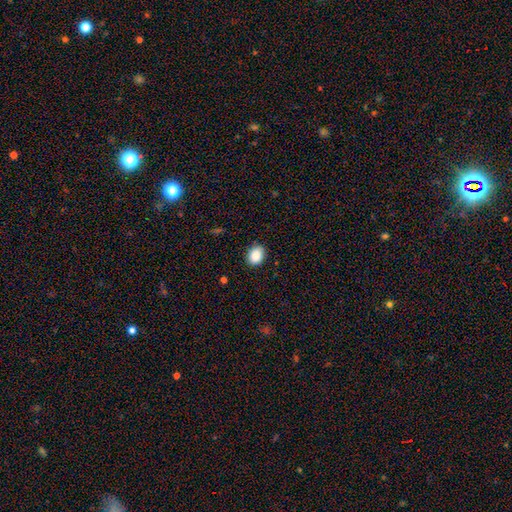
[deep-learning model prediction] Smooth or featured: smooth — 89% (star or artifact — 8%)
How rounded: in between — 62% (round — 37%)
Merging: none — 86% (minor disturbance — 11%)